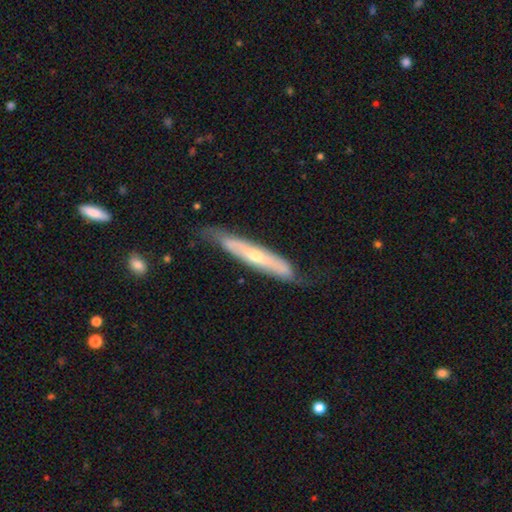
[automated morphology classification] A featured or disk galaxy (64%) viewed edge-on (68%). Merging: none (67%).